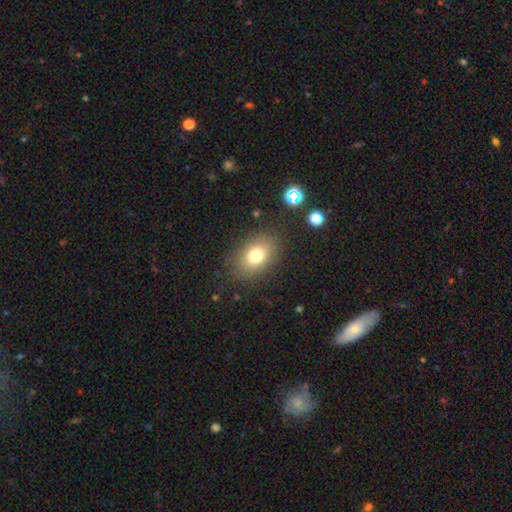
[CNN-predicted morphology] A smooth galaxy with no disk features (76%) that is in between round and cigar-shaped (75%).

Vote fractions:
- Smooth or featured? smooth: 76% / featured or disk: 12% / star or artifact: 12%
- How rounded? in between: 75% / round: 23% / cigar-shaped: 1%
- Merging? none: 83% / minor disturbance: 11% / major disturbance: 5% / merger: 2%